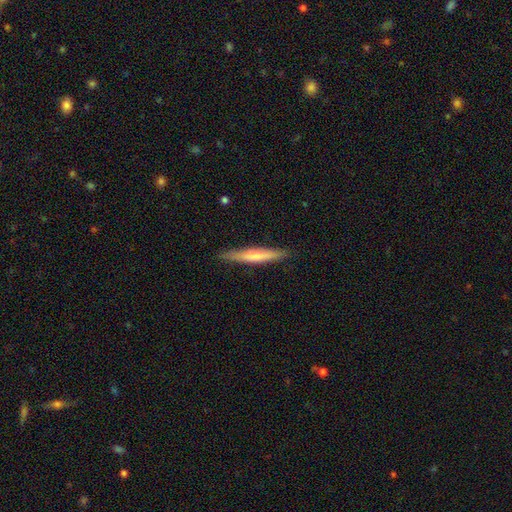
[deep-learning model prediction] Smooth or featured: smooth — 60% (featured or disk — 35%)
How rounded: cigar-shaped — 94% (in between — 4%)
Merging: none — 88% (minor disturbance — 9%)